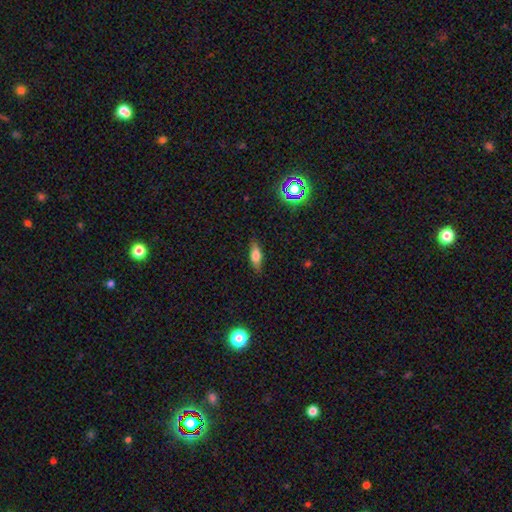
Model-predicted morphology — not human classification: smooth_or_featured: smooth (p=0.68) [alt: featured or disk p=0.22]
how_rounded: in between (p=0.65) [alt: cigar-shaped p=0.31]
merging: none (p=0.84) [alt: minor disturbance p=0.12]